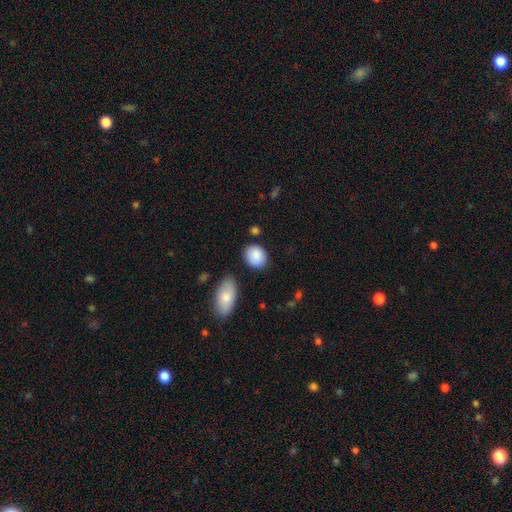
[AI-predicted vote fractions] Q: Smooth or featured?
A: smooth (87%); runner-up: star or artifact (7%)
Q: How rounded?
A: round (62%); runner-up: in between (36%)
Q: Merging?
A: none (81%); runner-up: minor disturbance (12%)